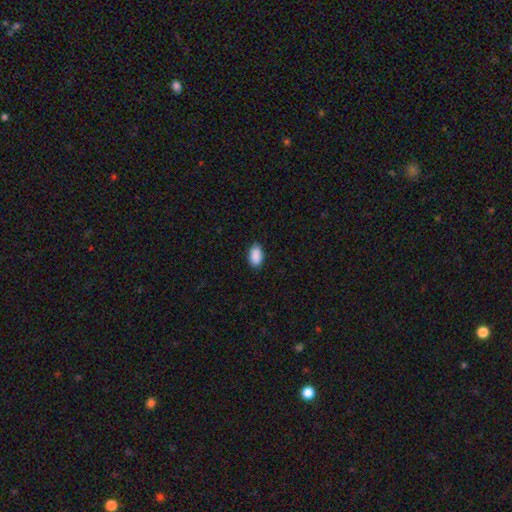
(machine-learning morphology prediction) Smooth or featured? smooth (91%)
How rounded? in between (93%)
Merging? none (87%)